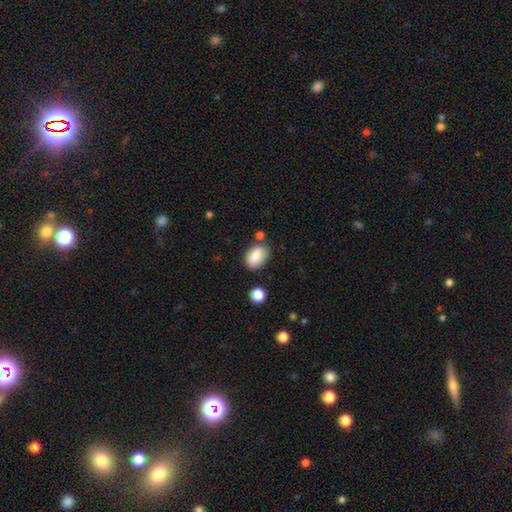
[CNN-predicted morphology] Smooth or featured?
  - smooth: 80% *
  - featured or disk: 12%
  - star or artifact: 8%
How rounded?
  - in between: 83% *
  - round: 15%
  - cigar-shaped: 2%
Merging?
  - none: 70% *
  - minor disturbance: 18%
  - merger: 8%
  - major disturbance: 4%